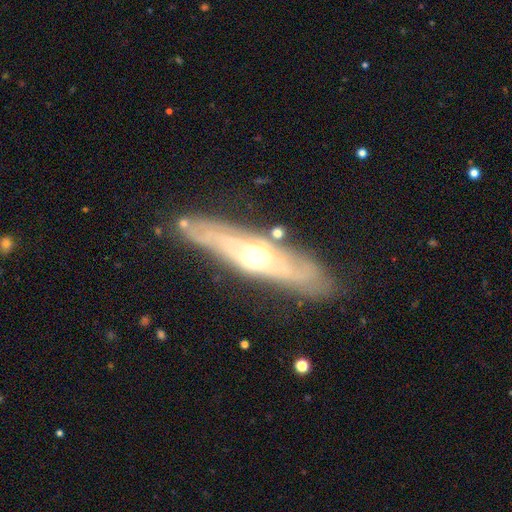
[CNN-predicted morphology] Smooth or featured? featured or disk (76%)
Edge-on disk? yes (55%)
Merging? none (76%)